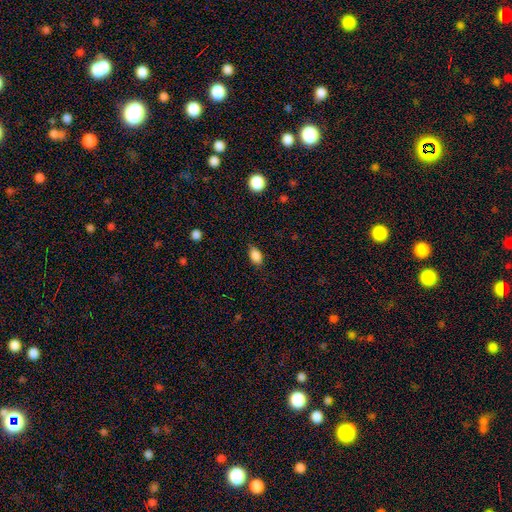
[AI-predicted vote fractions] The model was most divided on "merging": none: 77%, minor disturbance: 18%, major disturbance: 4%, merger: 1%. More confident: how rounded — in between (86%); smooth or featured — smooth (86%).